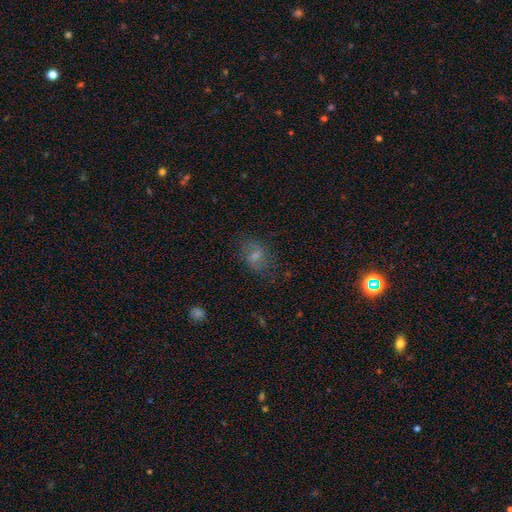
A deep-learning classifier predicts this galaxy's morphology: Smooth or featured: smooth — 57% (featured or disk — 29%)
How rounded: in between — 71% (round — 27%)
Merging: none — 69% (minor disturbance — 19%)